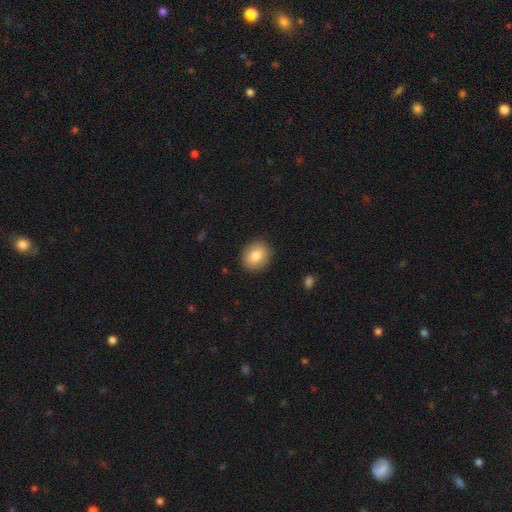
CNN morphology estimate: The model was most divided on "how rounded": round: 58%, in between: 41%, cigar-shaped: 1%. More confident: merging — none (89%); smooth or featured — smooth (81%).